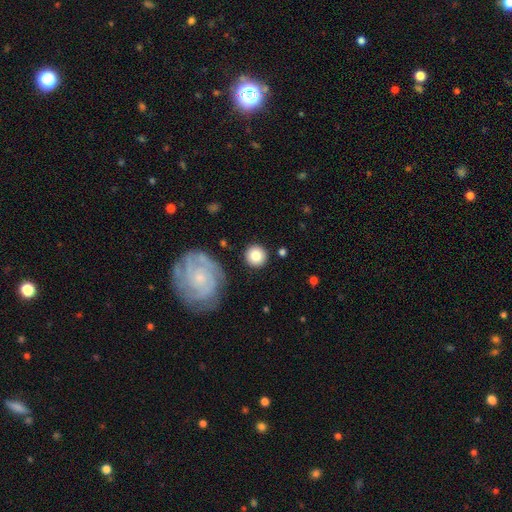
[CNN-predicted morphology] smooth 80%, featured or disk 14%, star or artifact 7%. Down the decision tree: how rounded — round (93%); merging — none (85%).